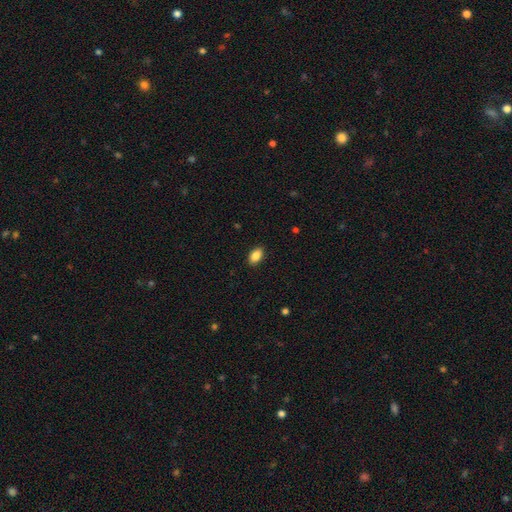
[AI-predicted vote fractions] This is clearly a smooth galaxy (88%). How rounded: clearly in between (91%). Merging: clearly none (89%).